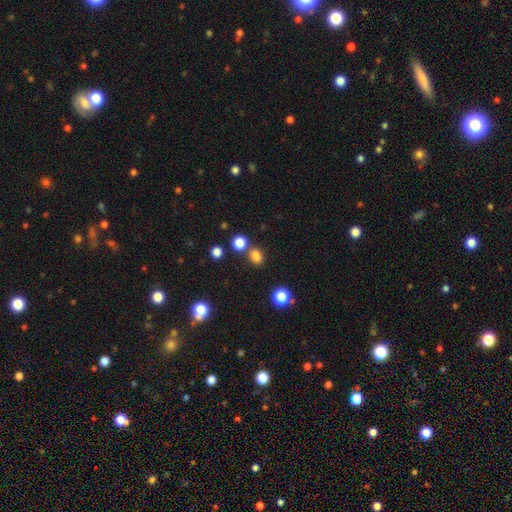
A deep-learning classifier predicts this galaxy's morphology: smooth-or-featured: smooth: 80% | star or artifact: 15% | featured or disk: 5%
  how-rounded: round: 58% | in between: 41% | cigar-shaped: 1%
  merging: none: 71% | merger: 16% | minor disturbance: 10% | major disturbance: 4%